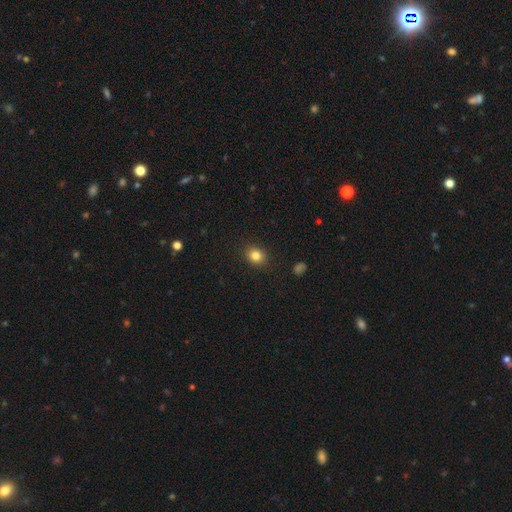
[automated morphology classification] The model was most divided on "how rounded": round: 66%, in between: 33%, cigar-shaped: 1%. More confident: merging — none (89%); smooth or featured — smooth (82%).